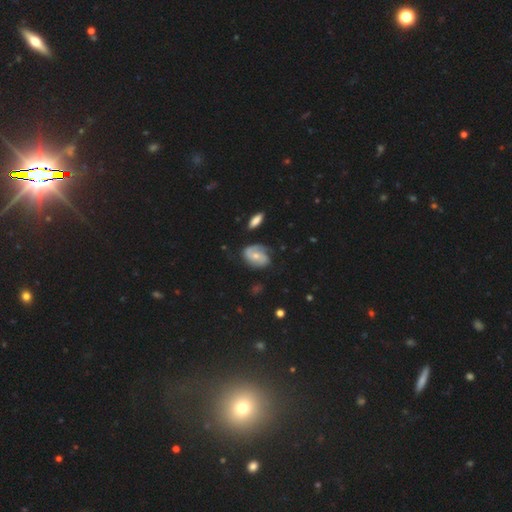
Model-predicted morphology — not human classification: Overall: featured or disk (63%; smooth 30%). Edge-on disk: no (96%). Bar: no (59%; weak 32%). Spiral arms: yes (86%). Spiral arm count: 2 (67%). Spiral winding: medium (39%; tight 35%). Bulge size: small (49%; moderate 47%). Merging: none (62%; minor disturbance 25%).